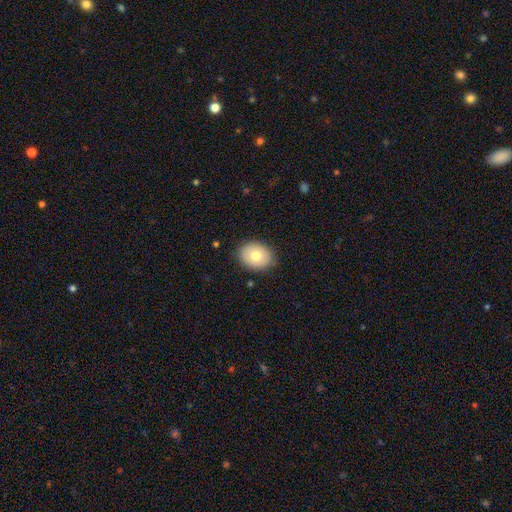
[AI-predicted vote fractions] This appears to be a smooth galaxy with no disk features (75%) that is in between round and cigar-shaped (56%). Merging: none (85%).